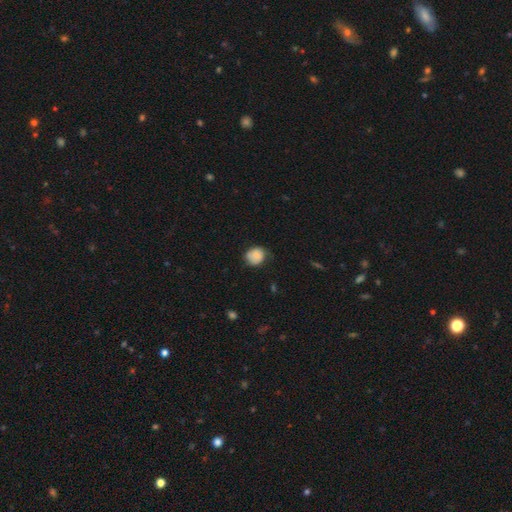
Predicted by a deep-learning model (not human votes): Overall: smooth (76%). How rounded: round (76%). Merging: none (60%; minor disturbance 31%).